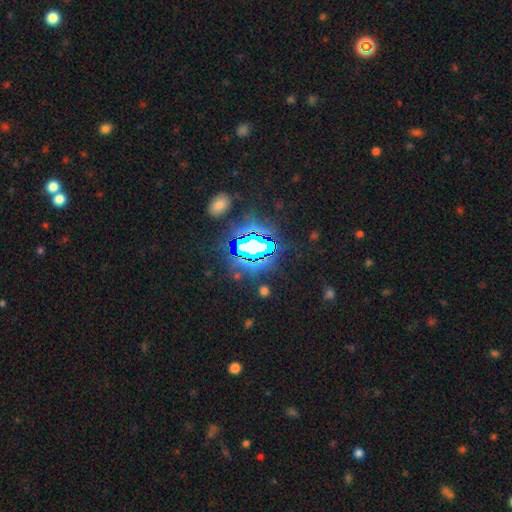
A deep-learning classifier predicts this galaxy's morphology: Smooth or featured: star or artifact — 75% (smooth — 13%)